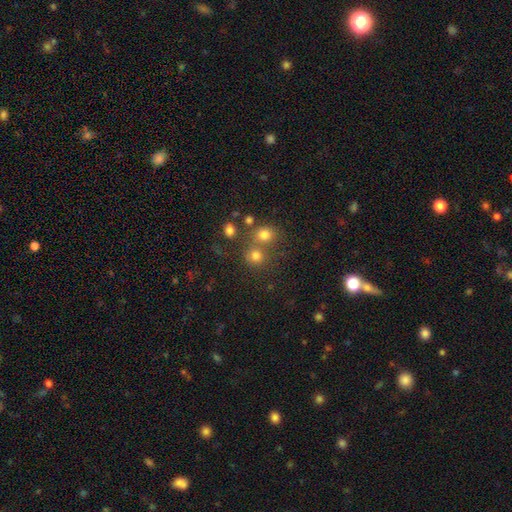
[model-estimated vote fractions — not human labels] smooth-or-featured: smooth: 75% | star or artifact: 16% | featured or disk: 9%
  how-rounded: round: 83% | in between: 16% | cigar-shaped: 1%
  merging: none: 53% | merger: 35% | minor disturbance: 8% | major disturbance: 4%